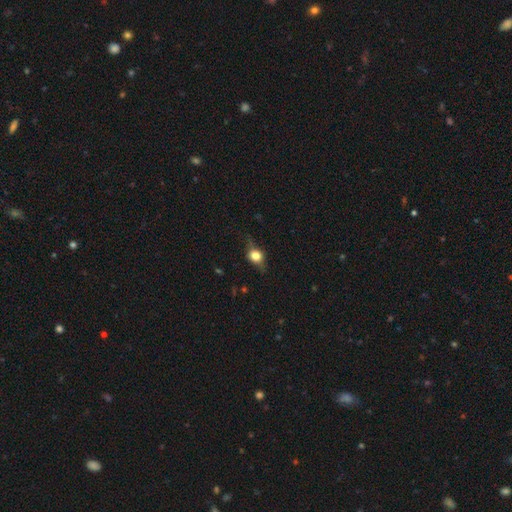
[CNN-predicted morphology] A smooth galaxy with no disk features (53%) that is round (58%). Merging: none (70%).